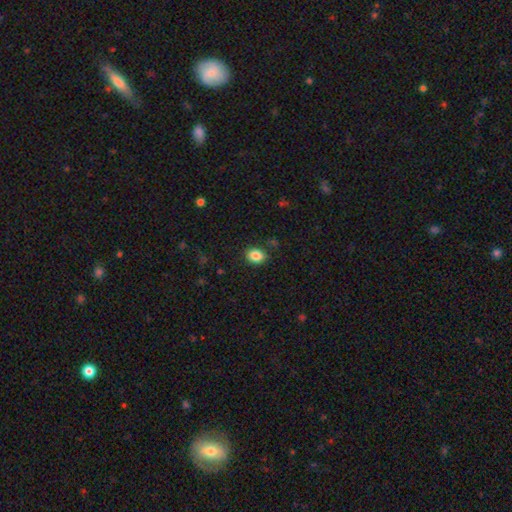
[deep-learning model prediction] Smooth or featured? Predicted: smooth (p=0.86). How rounded? Predicted: in between (p=0.56). Merging? Predicted: none (p=0.85).